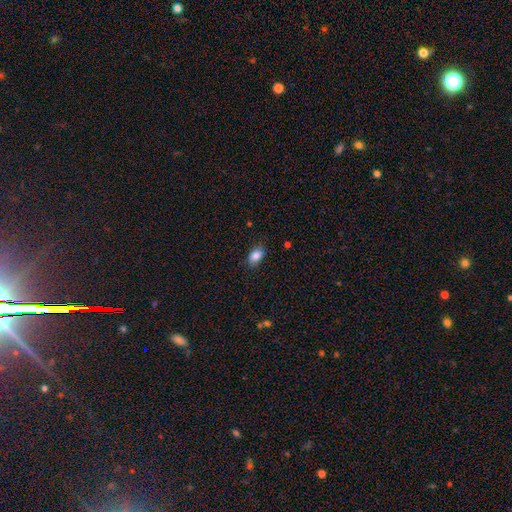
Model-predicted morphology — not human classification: A smooth galaxy with no disk features (86%) that is in between round and cigar-shaped (86%).

Vote fractions:
- Smooth or featured? smooth: 86% / star or artifact: 8% / featured or disk: 6%
- How rounded? in between: 86% / round: 13% / cigar-shaped: 2%
- Merging? none: 82% / minor disturbance: 14% / major disturbance: 3% / merger: 1%